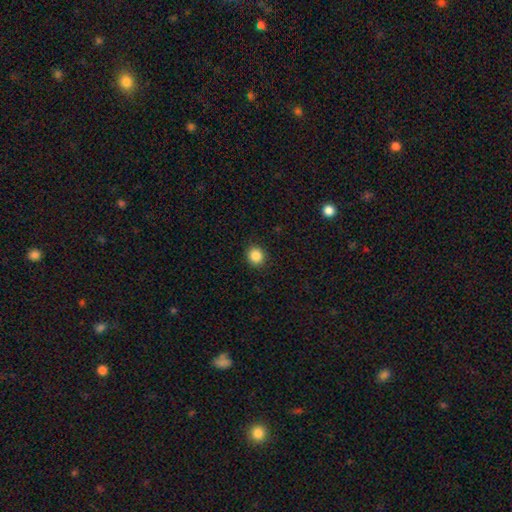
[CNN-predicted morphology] Smooth or featured?
  - smooth: 86% *
  - star or artifact: 10%
  - featured or disk: 4%
How rounded?
  - round: 86% *
  - in between: 13%
  - cigar-shaped: 1%
Merging?
  - none: 92% *
  - minor disturbance: 6%
  - major disturbance: 2%
  - merger: 1%